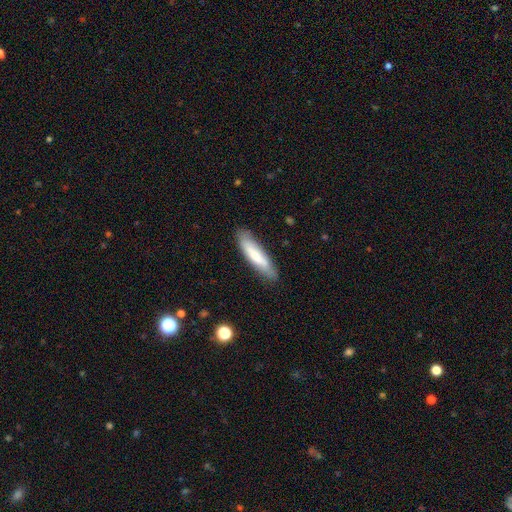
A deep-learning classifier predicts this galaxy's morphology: This is likely a smooth galaxy (70%). How rounded: likely cigar-shaped (74%). Merging: clearly none (82%).